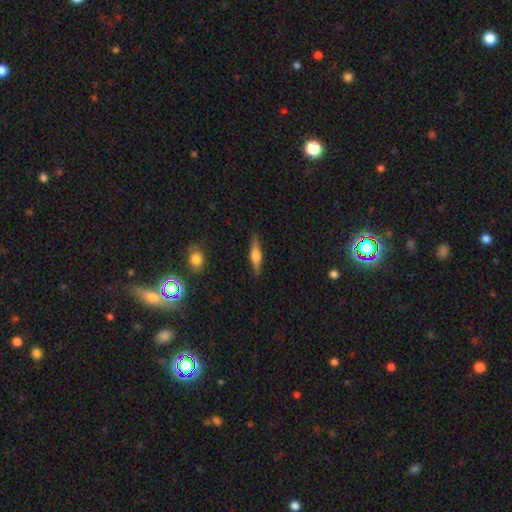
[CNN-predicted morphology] smooth-or-featured: featured or disk: 62% | smooth: 31% | star or artifact: 6%
  disk-edge-on: yes: 96% | no: 4%
    edge-on-bulge: rounded: 89% | boxy: 8% | none: 3%
  merging: none: 89% | minor disturbance: 8% | major disturbance: 2% | merger: 1%